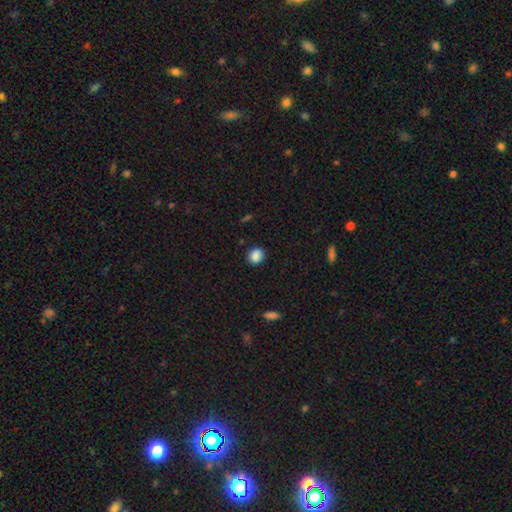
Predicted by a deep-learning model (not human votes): smooth-or-featured: smooth: 87% | star or artifact: 9% | featured or disk: 3%
  how-rounded: round: 74% | in between: 25% | cigar-shaped: 1%
  merging: none: 87% | minor disturbance: 9% | major disturbance: 2% | merger: 1%